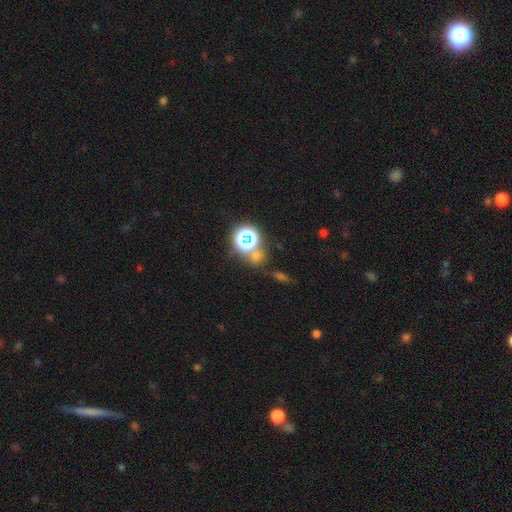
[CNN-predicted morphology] A star or artifact, not a galaxy (50%).